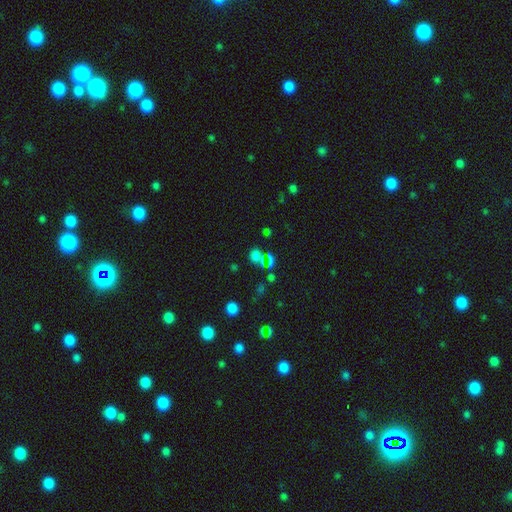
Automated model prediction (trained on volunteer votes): This appears to be a smooth galaxy with no disk features (55%) that is round (65%). Merging: none (52%).